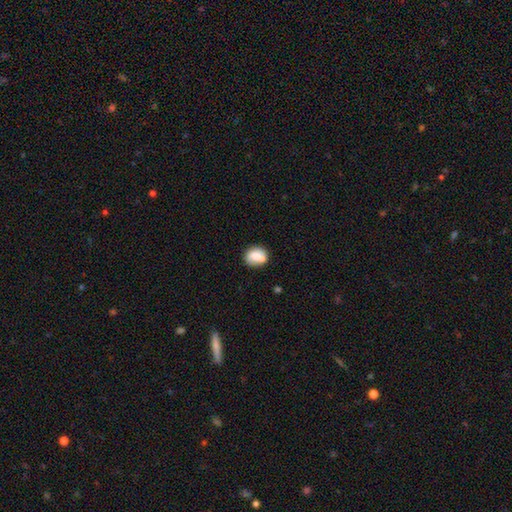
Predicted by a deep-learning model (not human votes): smooth_or_featured: smooth (p=0.76) [alt: featured or disk p=0.16]
how_rounded: round (p=0.64) [alt: in between p=0.35]
merging: none (p=0.59) [alt: merger p=0.18]